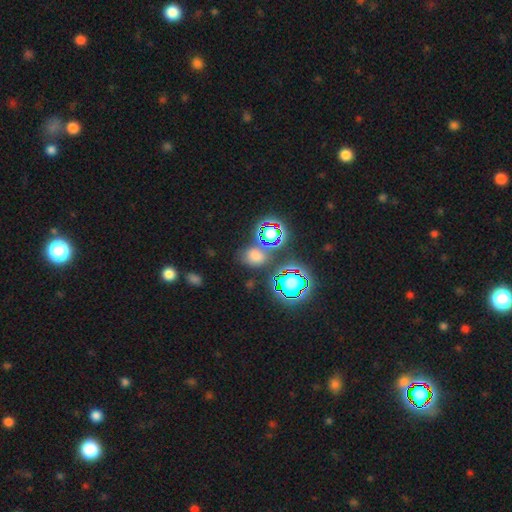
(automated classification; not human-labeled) Smooth or featured?
  - smooth: 55% *
  - star or artifact: 37%
  - featured or disk: 8%
How rounded?
  - round: 55% *
  - in between: 44%
  - cigar-shaped: 2%
Merging?
  - none: 70% *
  - merger: 13%
  - minor disturbance: 12%
  - major disturbance: 5%